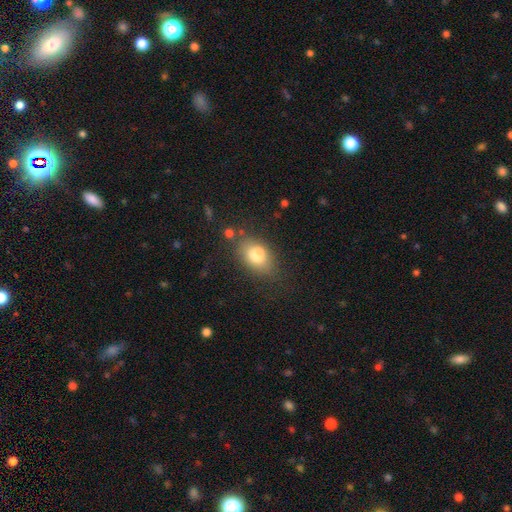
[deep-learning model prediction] A smooth galaxy with no disk features (76%) that is in between round and cigar-shaped (78%). Merging: none (69%).